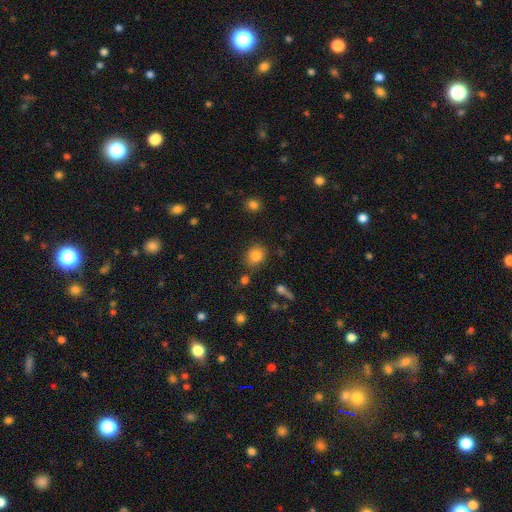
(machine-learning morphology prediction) A smooth galaxy with no disk features (83%) that is round (66%).

Vote fractions:
- Smooth or featured? smooth: 83% / star or artifact: 11% / featured or disk: 6%
- How rounded? round: 66% / in between: 33% / cigar-shaped: 1%
- Merging? none: 79% / minor disturbance: 13% / merger: 5% / major disturbance: 4%